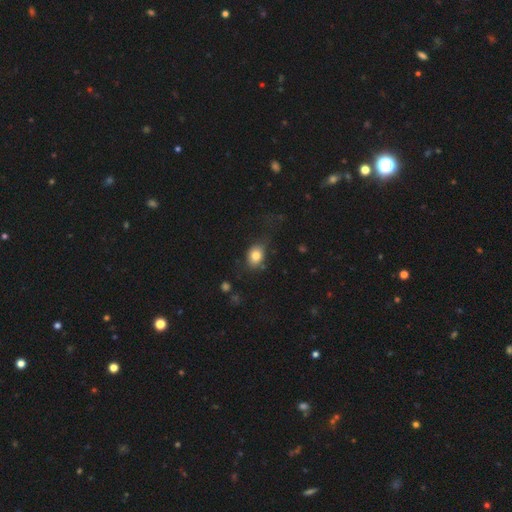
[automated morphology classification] A smooth galaxy with no disk features (79%) that is in between round and cigar-shaped (64%). Merging: none (65%).